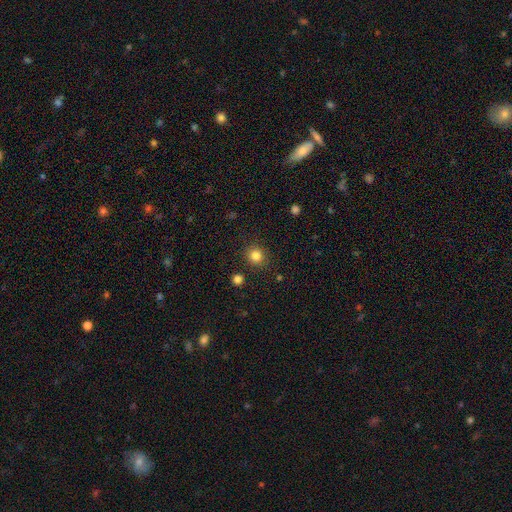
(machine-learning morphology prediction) Q: Smooth or featured?
A: smooth (83%); runner-up: star or artifact (12%)
Q: How rounded?
A: round (89%); runner-up: in between (10%)
Q: Merging?
A: none (89%); runner-up: minor disturbance (7%)